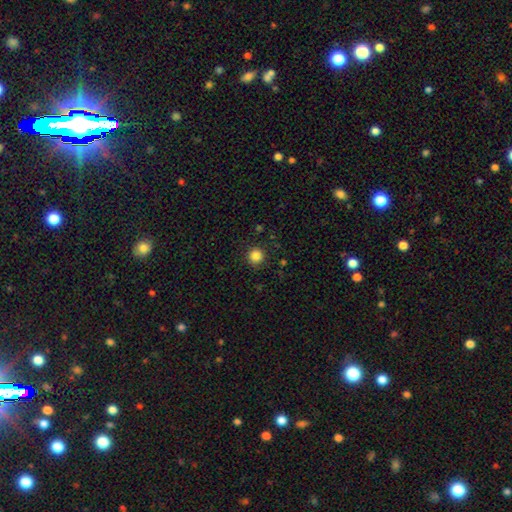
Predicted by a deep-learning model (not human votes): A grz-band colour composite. It shows a smooth galaxy with no disk features (85%) that is round (95%). Merging: none (91%).